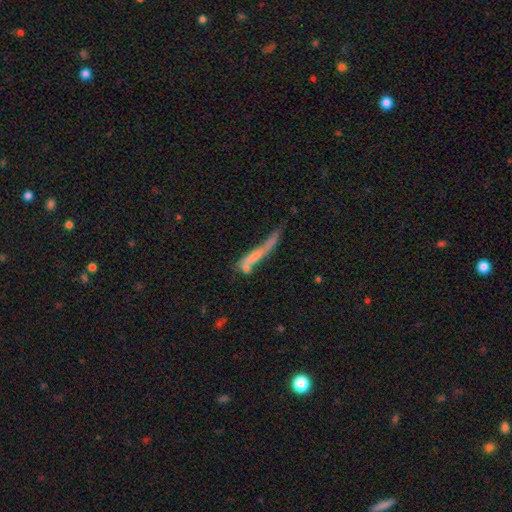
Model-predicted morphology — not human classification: A smooth galaxy with no disk features (52%) that is cigar-shaped (89%). Merging: none (34%).